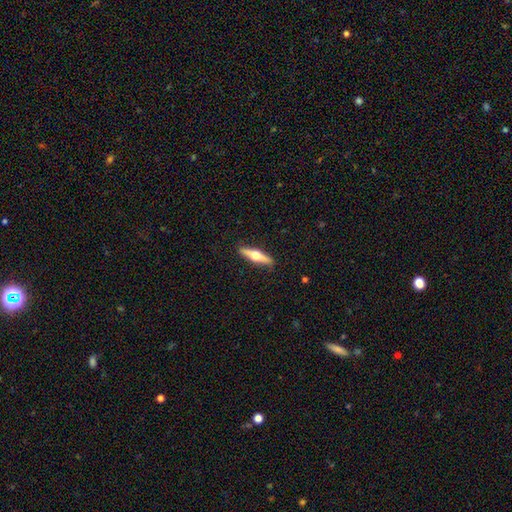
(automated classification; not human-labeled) A featured or disk galaxy (64%) viewed edge-on (96%) with a rounded central bulge (96%).

Vote fractions:
- Smooth or featured? featured or disk: 64% / smooth: 32% / star or artifact: 5%
- Edge-on disk? yes: 96% / no: 4%
- Edge-on bulge? rounded: 96% / boxy: 2% / none: 2%
- Merging? none: 90% / minor disturbance: 7% / major disturbance: 2% / merger: 1%